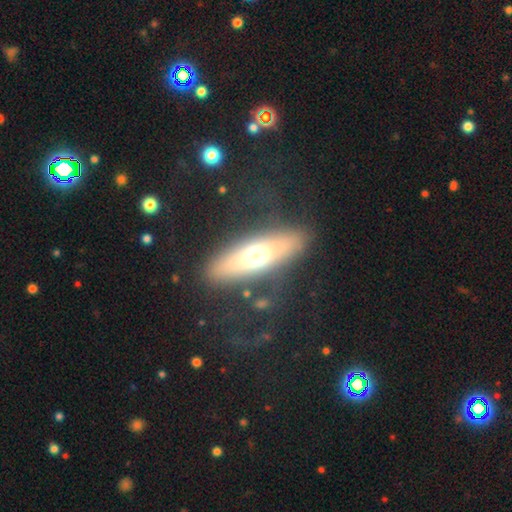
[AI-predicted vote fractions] smooth 53%, featured or disk 38%, star or artifact 8%. Down the decision tree: how rounded — cigar-shaped (51%); merging — none (78%).